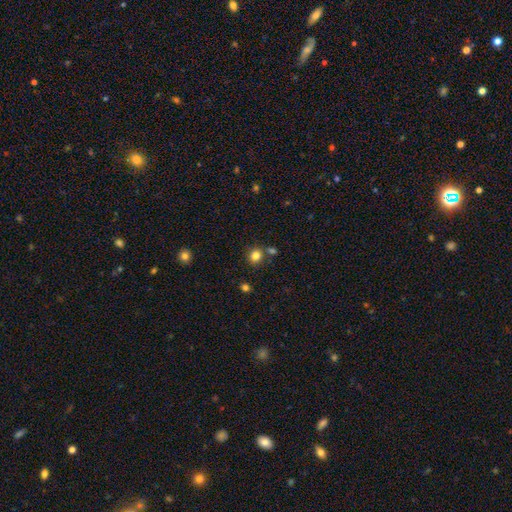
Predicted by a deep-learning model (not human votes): Smooth or featured: smooth — 82% (star or artifact — 12%)
How rounded: round — 88% (in between — 11%)
Merging: none — 78% (merger — 11%)